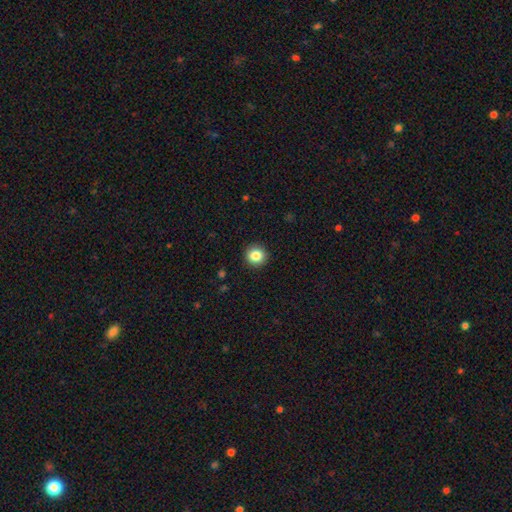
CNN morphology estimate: smooth-or-featured: smooth: 85% | star or artifact: 10% | featured or disk: 6%
  how-rounded: round: 93% | in between: 6% | cigar-shaped: 1%
  merging: none: 93% | minor disturbance: 5% | major disturbance: 2% | merger: 1%